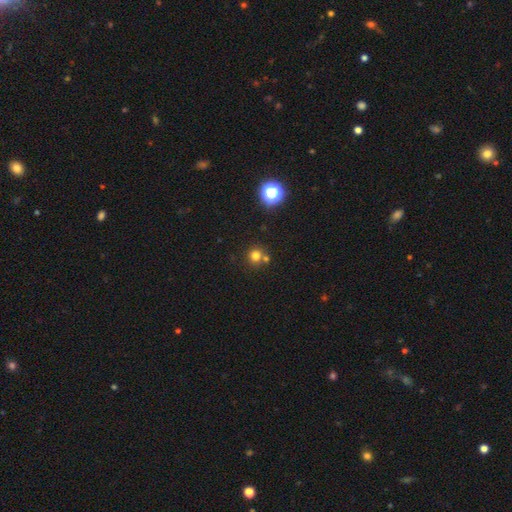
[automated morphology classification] A smooth galaxy with no disk features (74%) that is round (91%). Merging: none (67%).